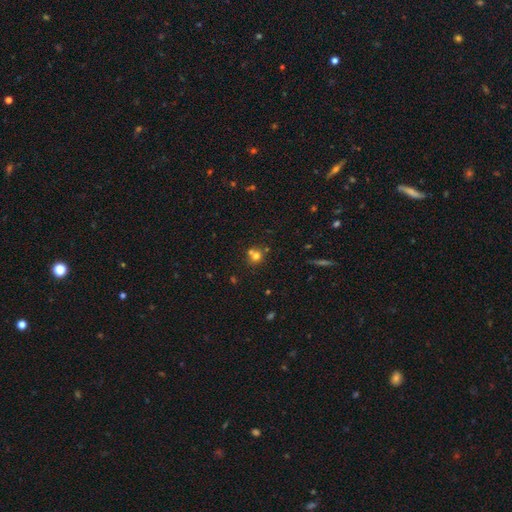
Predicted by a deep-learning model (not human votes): A smooth galaxy with no disk features (68%) that is round (87%).

Vote fractions:
- Smooth or featured? smooth: 68% / star or artifact: 18% / featured or disk: 14%
- How rounded? round: 87% / in between: 12% / cigar-shaped: 1%
- Merging? none: 52% / merger: 37% / minor disturbance: 8% / major disturbance: 3%